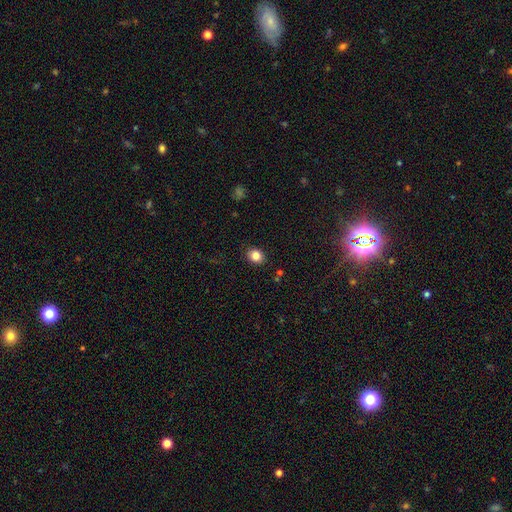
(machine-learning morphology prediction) This is clearly a smooth galaxy (84%). How rounded: possibly in between (51%). Merging: clearly none (87%).